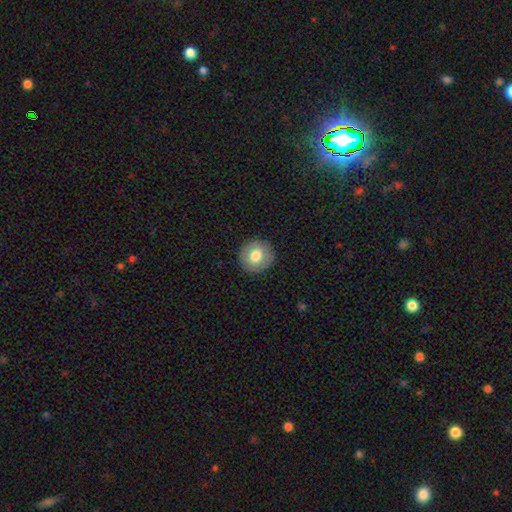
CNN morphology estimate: smooth 74%, featured or disk 18%, star or artifact 8%. Down the decision tree: how rounded — round (93%); merging — none (91%).